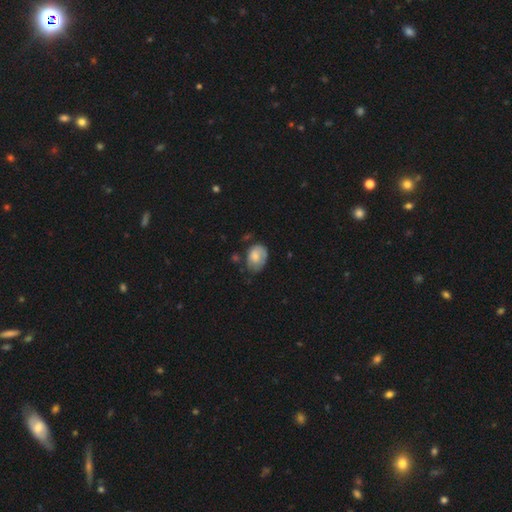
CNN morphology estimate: This is likely a smooth galaxy (72%). How rounded: likely in between (74%). Merging: possibly none (49%).